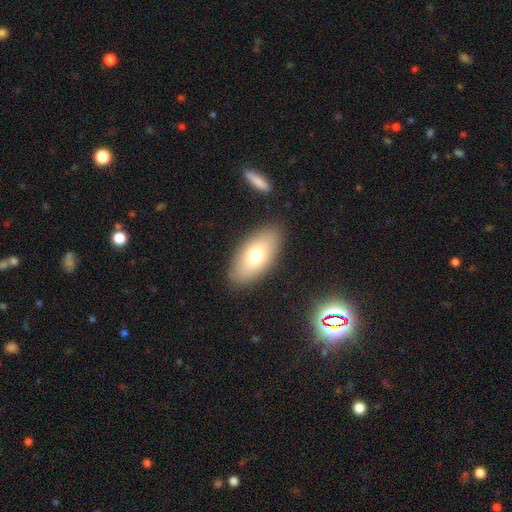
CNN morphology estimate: The model was most divided on "smooth or featured": smooth: 72%, featured or disk: 20%, star or artifact: 8%. More confident: how rounded — in between (91%); merging — none (86%).